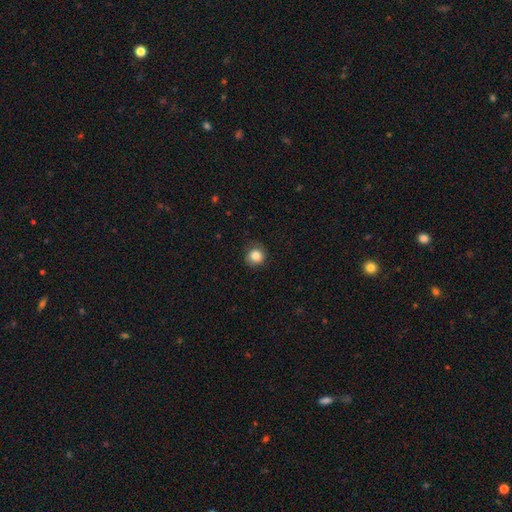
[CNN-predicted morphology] This appears to be a smooth galaxy with no disk features (83%) that is round (89%). Merging: none (80%).